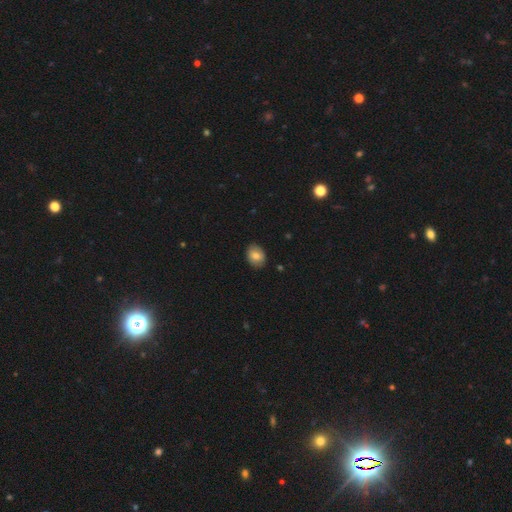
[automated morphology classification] smooth_or_featured: smooth (p=0.77) [alt: featured or disk p=0.15]
how_rounded: in between (p=0.64) [alt: round p=0.35]
merging: none (p=0.85) [alt: minor disturbance p=0.11]